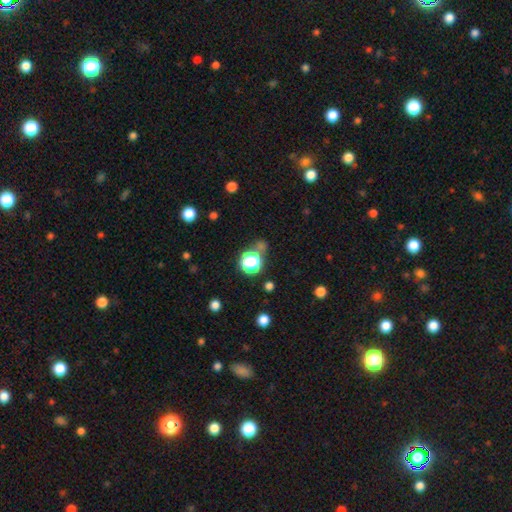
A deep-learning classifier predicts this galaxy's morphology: smooth-or-featured: star or artifact: 64% | smooth: 28% | featured or disk: 8%